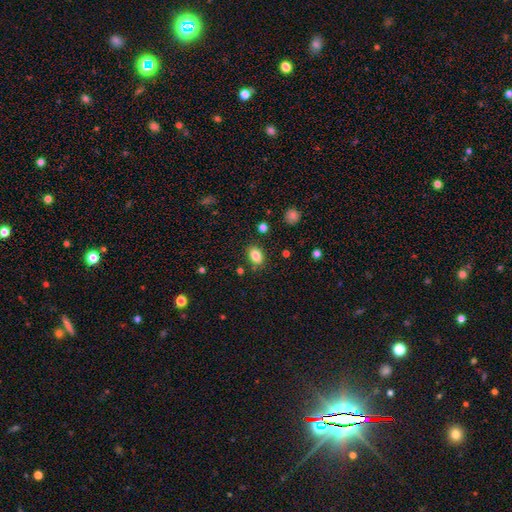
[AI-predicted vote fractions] Morphology: type=smooth (84%); roundness=in between (84%); merging=none (83%).